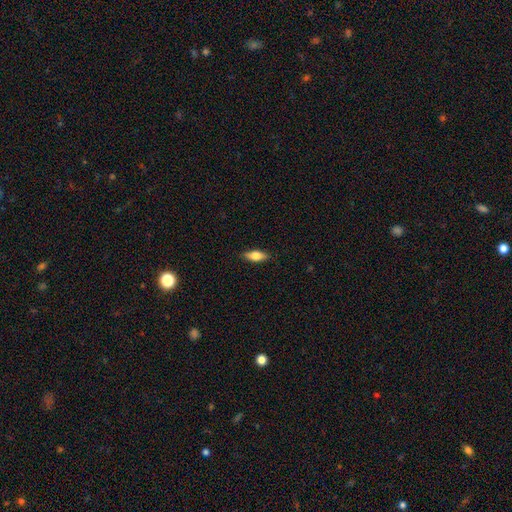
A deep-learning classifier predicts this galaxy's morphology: Q: Smooth or featured?
A: smooth (72%); runner-up: featured or disk (22%)
Q: How rounded?
A: in between (75%); runner-up: cigar-shaped (22%)
Q: Merging?
A: none (87%); runner-up: minor disturbance (10%)